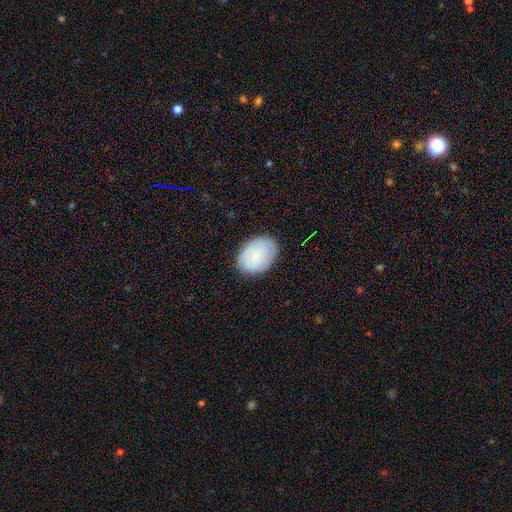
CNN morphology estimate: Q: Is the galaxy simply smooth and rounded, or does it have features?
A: smooth — 77%.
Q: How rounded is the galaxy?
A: in between — 75%.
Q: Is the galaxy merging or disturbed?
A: none — 83%.